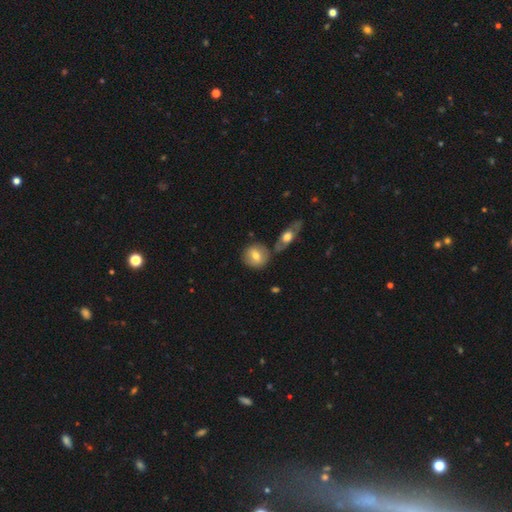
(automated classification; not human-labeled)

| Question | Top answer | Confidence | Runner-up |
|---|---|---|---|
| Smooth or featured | smooth | 67% | featured or disk (26%) |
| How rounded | round | 81% | in between (17%) |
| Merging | none | 70% | merger (16%) |